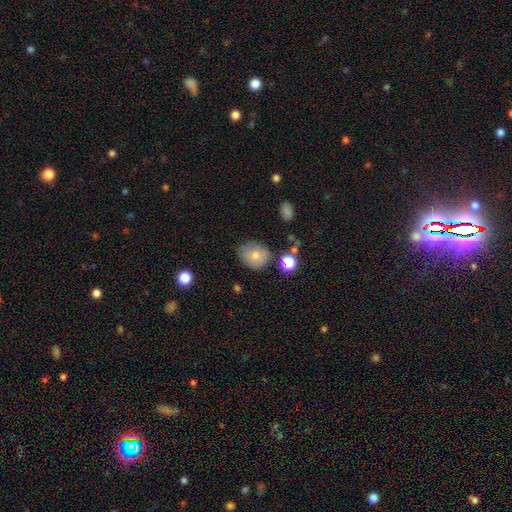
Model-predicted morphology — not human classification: Smooth or featured: smooth — 74% (featured or disk — 16%)
How rounded: round — 68% (in between — 31%)
Merging: none — 68% (minor disturbance — 22%)